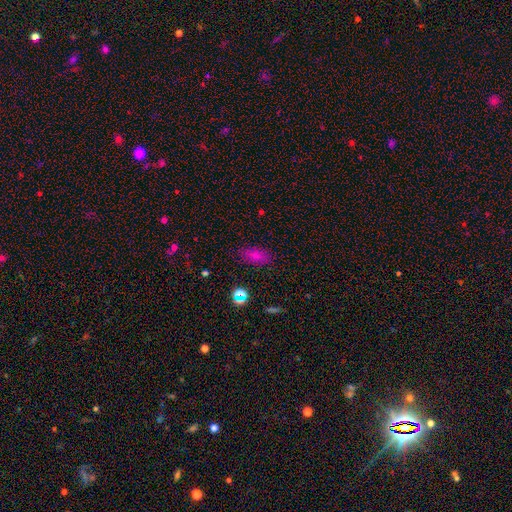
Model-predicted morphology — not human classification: Smooth or featured? smooth (77%)
How rounded? in between (84%)
Merging? none (84%)